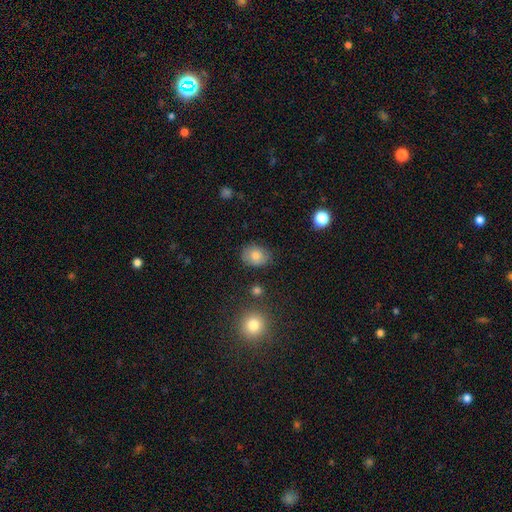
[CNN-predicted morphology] This is clearly a smooth galaxy (81%). How rounded: possibly round (51%). Merging: clearly none (81%).